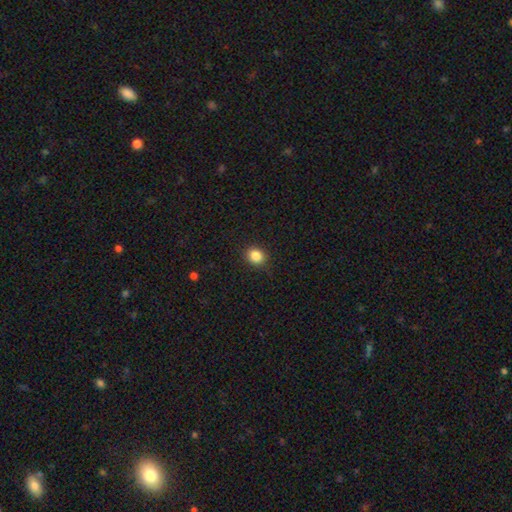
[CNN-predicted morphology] Smooth or featured: smooth — 85% (star or artifact — 10%)
How rounded: round — 67% (in between — 32%)
Merging: none — 88% (minor disturbance — 9%)